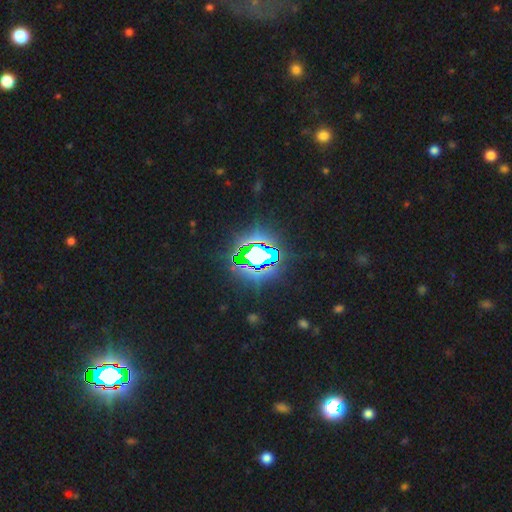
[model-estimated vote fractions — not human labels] Q: Smooth or featured?
A: star or artifact (78%); runner-up: smooth (12%)